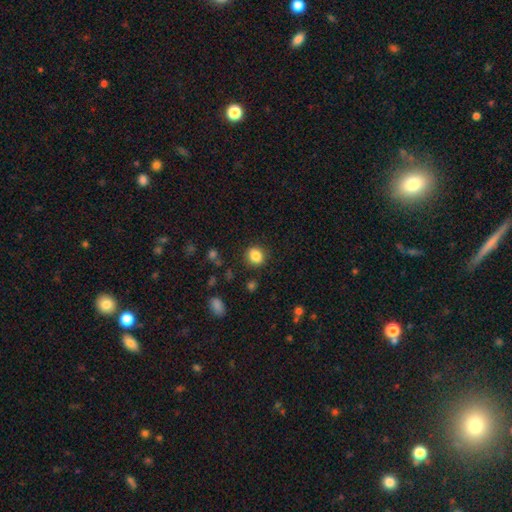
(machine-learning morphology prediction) type=smooth (85%); roundness=round (75%); merging=none (88%).